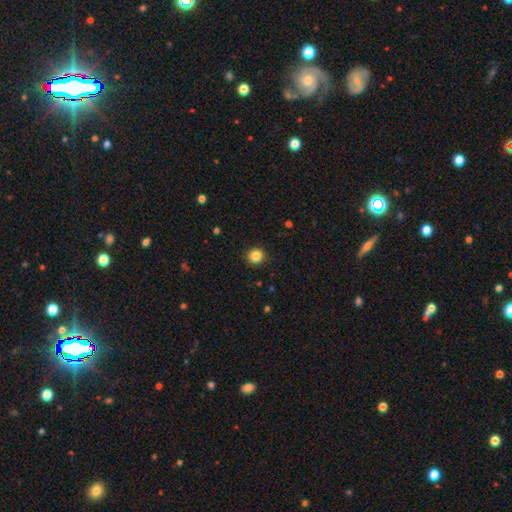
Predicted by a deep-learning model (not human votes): Smooth or featured? smooth (85%)
How rounded? round (91%)
Merging? none (91%)